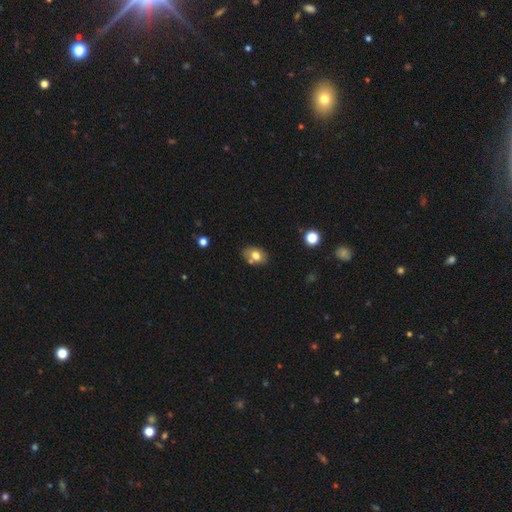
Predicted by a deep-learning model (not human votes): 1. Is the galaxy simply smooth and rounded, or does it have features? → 74% smooth, 16% featured or disk, 10% star or artifact.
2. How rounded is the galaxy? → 77% in between, 22% round, 1% cigar-shaped.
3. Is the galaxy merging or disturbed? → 64% none, 16% minor disturbance, 16% merger, 4% major disturbance.